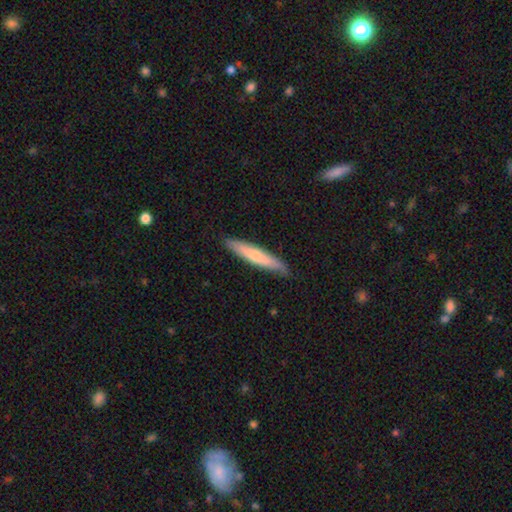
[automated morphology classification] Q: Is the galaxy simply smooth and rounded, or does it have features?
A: smooth — 63%.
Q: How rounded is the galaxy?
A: cigar-shaped — 91%.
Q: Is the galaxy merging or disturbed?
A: none — 87%.